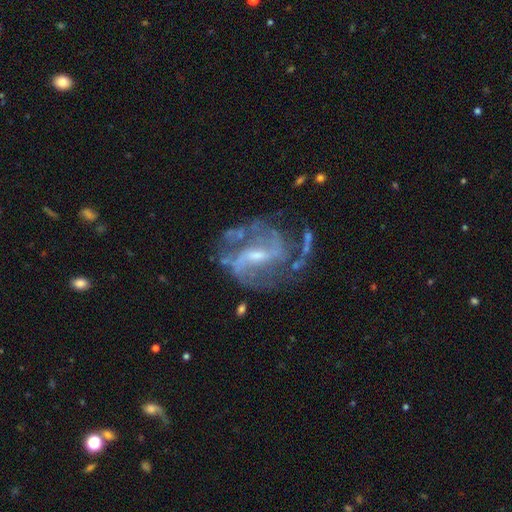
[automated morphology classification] Q: Smooth or featured?
A: featured or disk (88%); runner-up: star or artifact (7%)
Q: Edge-on disk?
A: no (97%); runner-up: yes (3%)
Q: Bar?
A: weak (50%); runner-up: strong (34%)
Q: Spiral arms?
A: yes (94%); runner-up: no (6%)
Q: Spiral winding?
A: medium (49%); runner-up: loose (33%)
Q: Spiral arm count?
A: 2 (61%); runner-up: 3 (14%)
Q: Bulge size?
A: small (56%); runner-up: moderate (35%)
Q: Merging?
A: none (54%); runner-up: major disturbance (21%)